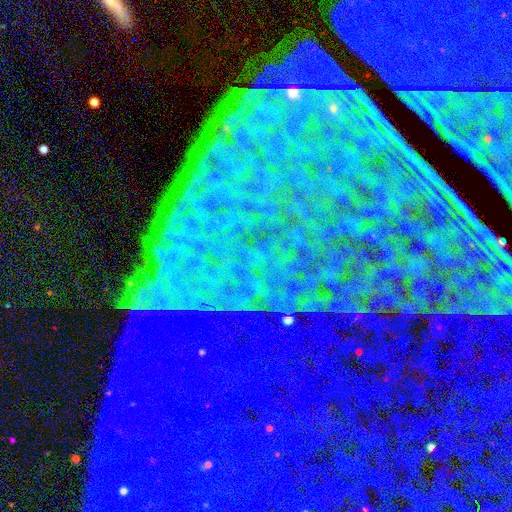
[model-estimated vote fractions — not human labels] A star or artifact, not a galaxy (86%).